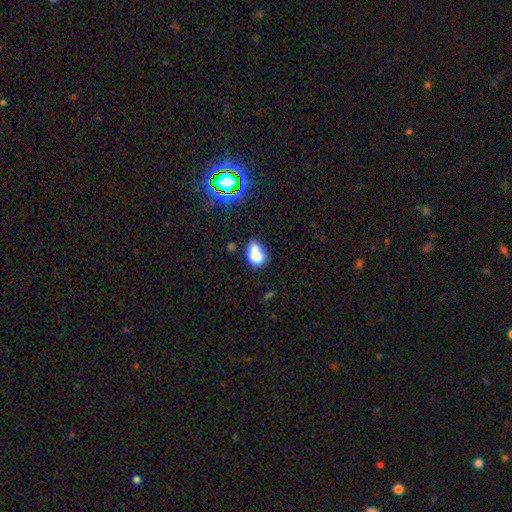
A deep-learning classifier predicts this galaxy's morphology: smooth 72%, featured or disk 16%, star or artifact 12%. Down the decision tree: how rounded — in between (65%); merging — none (37%).